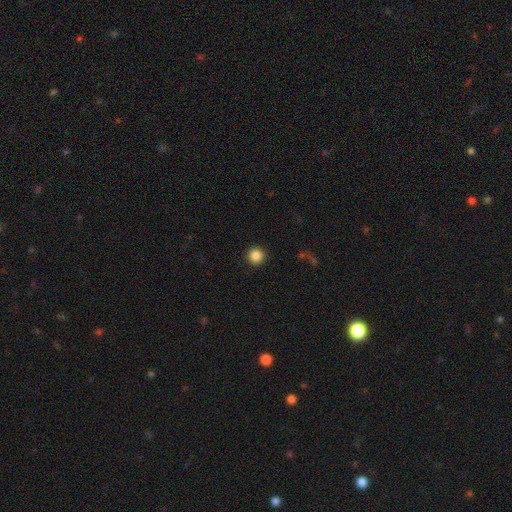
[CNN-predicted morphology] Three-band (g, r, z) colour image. It shows a smooth galaxy with no disk features (86%) that is round (96%). Merging: none (93%).